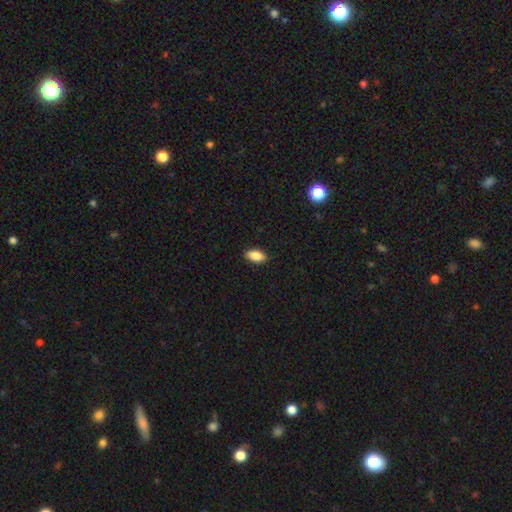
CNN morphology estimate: A smooth galaxy with no disk features (88%) that is in between round and cigar-shaped (90%).

Vote fractions:
- Smooth or featured? smooth: 88% / star or artifact: 7% / featured or disk: 5%
- How rounded? in between: 90% / cigar-shaped: 7% / round: 3%
- Merging? none: 88% / minor disturbance: 9% / major disturbance: 2% / merger: 1%